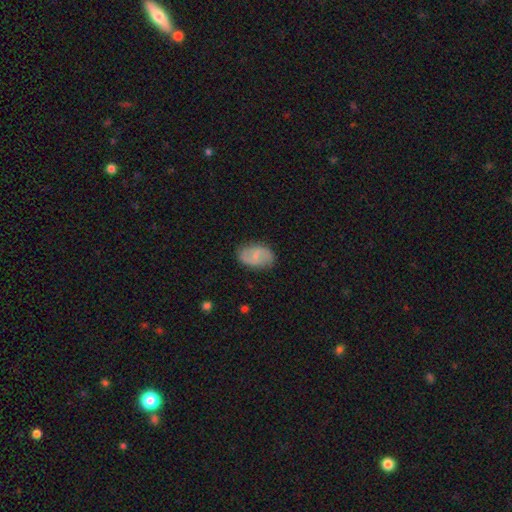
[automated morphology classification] featured or disk 53%, smooth 40%, star or artifact 7%. Down the decision tree: edge-on disk — no (96%); bar — weak (52%); spiral arms — yes (83%); bulge size — small (55%); merging — none (80%).